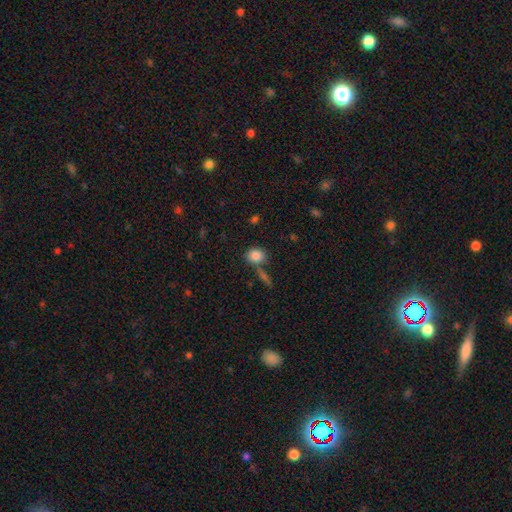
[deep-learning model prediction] Morphology: type=smooth (84%); roundness=round (58%); merging=none (63%).